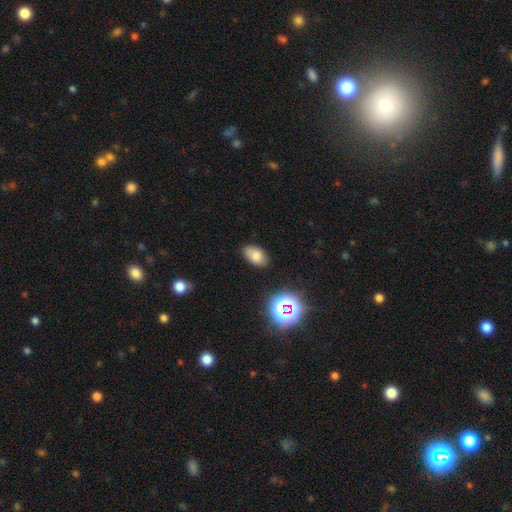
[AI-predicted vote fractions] Smooth or featured? Predicted: smooth (p=0.75). How rounded? Predicted: in between (p=0.90). Merging? Predicted: none (p=0.83).